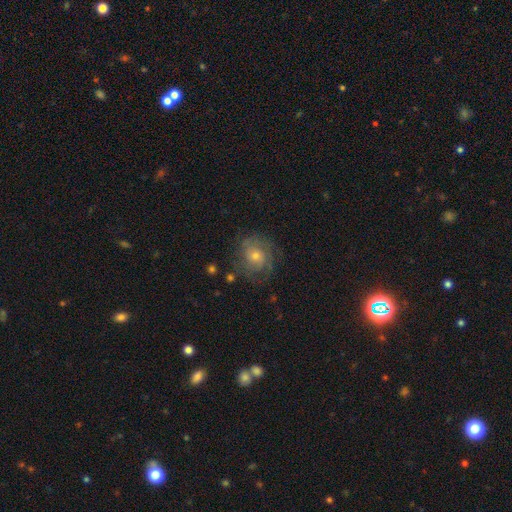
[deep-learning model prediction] A featured or disk galaxy (57%) with no bar (75%), spiral arms (81%) and a small central bulge (47%).

Vote fractions:
- Smooth or featured? featured or disk: 57% / smooth: 30% / star or artifact: 13%
- Edge-on disk? no: 97% / yes: 3%
- Bar? no: 75% / weak: 22% / strong: 4%
- Spiral arms? yes: 81% / no: 19%
- Bulge size? small: 47% / moderate: 46% / large: 3% / none: 2% / dominant: 1%
- Merging? none: 70% / minor disturbance: 18% / major disturbance: 11% / merger: 2%